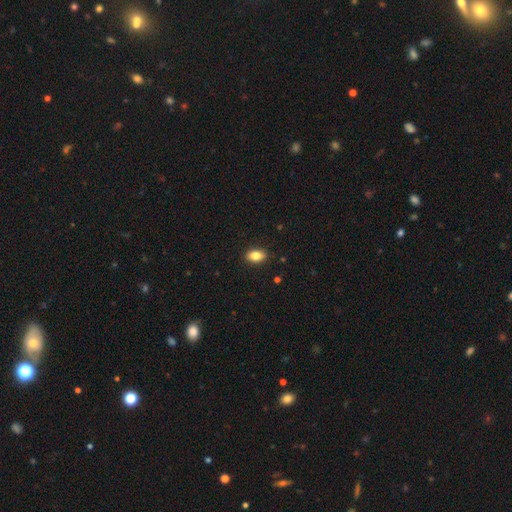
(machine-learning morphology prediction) smooth_or_featured: smooth (p=0.83) [alt: featured or disk p=0.09]
how_rounded: in between (p=0.87) [alt: round p=0.10]
merging: none (p=0.89) [alt: minor disturbance p=0.08]